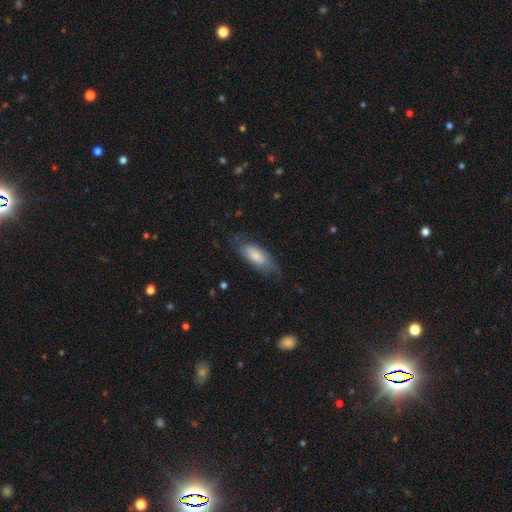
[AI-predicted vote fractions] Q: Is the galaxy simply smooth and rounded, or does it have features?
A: smooth — 67%.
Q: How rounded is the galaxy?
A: in between — 81%.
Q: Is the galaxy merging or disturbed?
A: none — 59%.